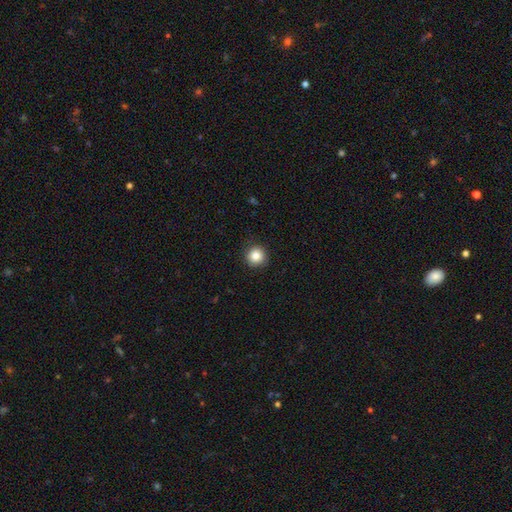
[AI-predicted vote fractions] This appears to be a smooth galaxy with no disk features (85%) that is round (94%). Merging: none (89%).